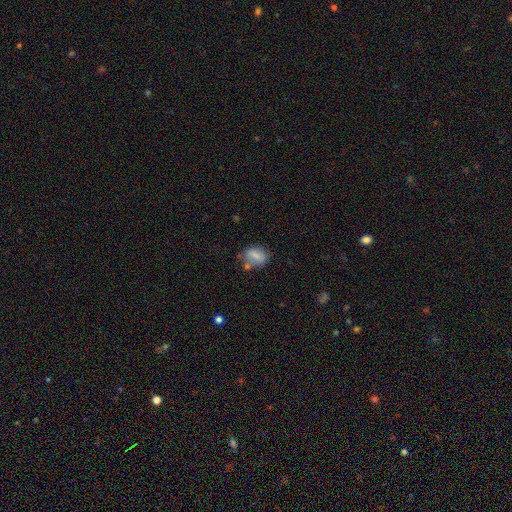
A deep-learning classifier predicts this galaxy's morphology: Smooth or featured: smooth — 75% (featured or disk — 16%)
How rounded: in between — 65% (round — 33%)
Merging: none — 59% (minor disturbance — 22%)